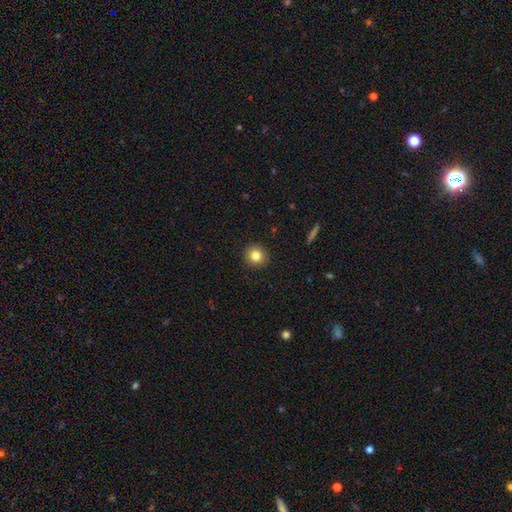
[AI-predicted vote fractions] smooth 82%, star or artifact 10%, featured or disk 7%. Down the decision tree: how rounded — round (94%); merging — none (93%).